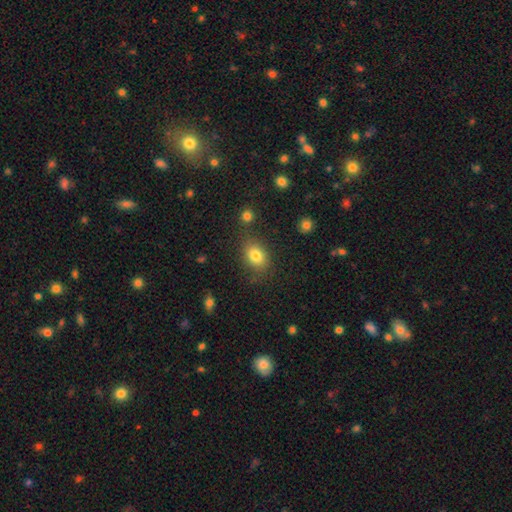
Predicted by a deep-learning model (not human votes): Smooth or featured? smooth (80%)
How rounded? in between (69%)
Merging? none (75%)